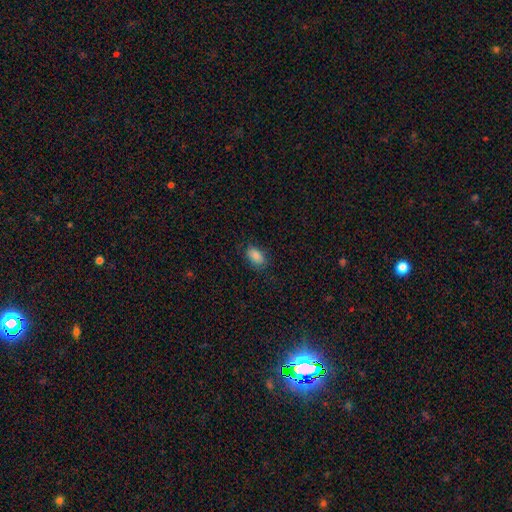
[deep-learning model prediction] Smooth or featured?
  - smooth: 85% *
  - star or artifact: 8%
  - featured or disk: 7%
How rounded?
  - in between: 91% *
  - round: 6%
  - cigar-shaped: 3%
Merging?
  - none: 81% *
  - minor disturbance: 15%
  - major disturbance: 4%
  - merger: 1%